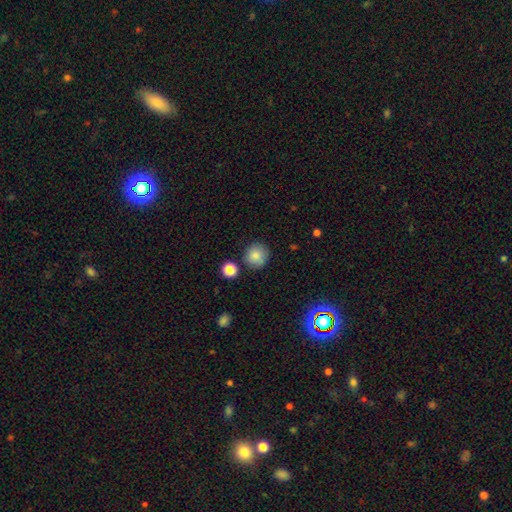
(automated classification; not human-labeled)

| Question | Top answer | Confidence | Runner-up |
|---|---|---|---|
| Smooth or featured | smooth | 83% | star or artifact (10%) |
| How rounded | round | 92% | in between (7%) |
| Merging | none | 82% | minor disturbance (10%) |